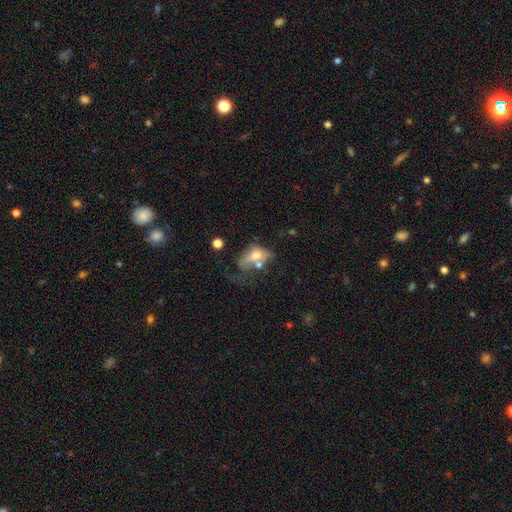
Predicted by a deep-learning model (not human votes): Smooth or featured? smooth (55%)
How rounded? in between (82%)
Merging? major disturbance (37%)